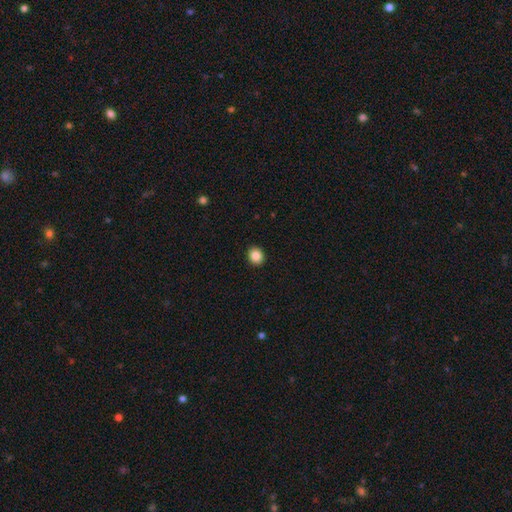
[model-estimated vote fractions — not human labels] The model was most divided on "how rounded": round: 73%, in between: 26%, cigar-shaped: 1%. More confident: merging — none (92%); smooth or featured — smooth (86%).